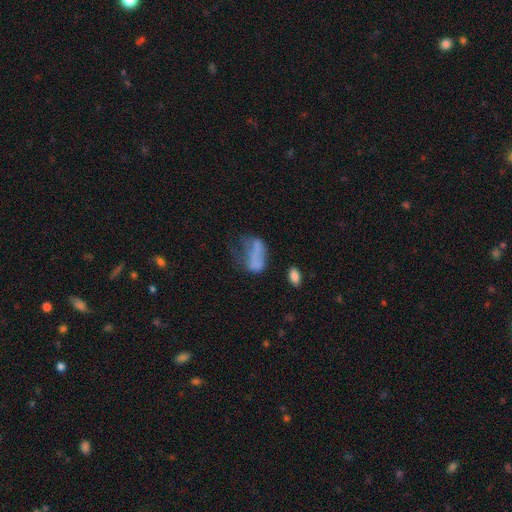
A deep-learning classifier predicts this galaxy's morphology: smooth-or-featured: smooth: 52% | featured or disk: 33% | star or artifact: 16%
  how-rounded: in between: 80% | round: 10% | cigar-shaped: 9%
  merging: major disturbance: 44% | none: 23% | minor disturbance: 21% | merger: 11%